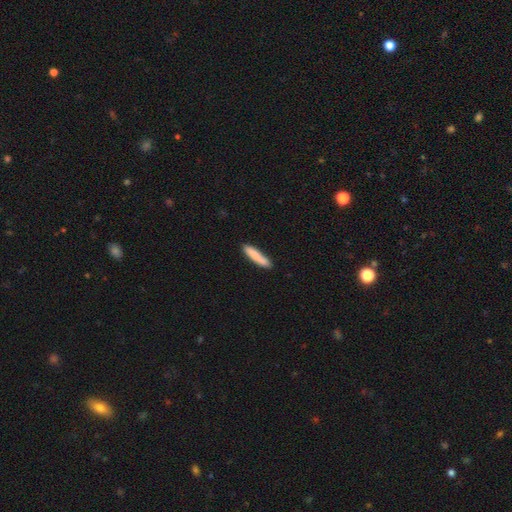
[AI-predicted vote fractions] Smooth or featured?
  - smooth: 83% *
  - featured or disk: 11%
  - star or artifact: 6%
How rounded?
  - cigar-shaped: 87% *
  - in between: 12%
  - round: 1%
Merging?
  - none: 83% *
  - minor disturbance: 13%
  - merger: 2%
  - major disturbance: 2%